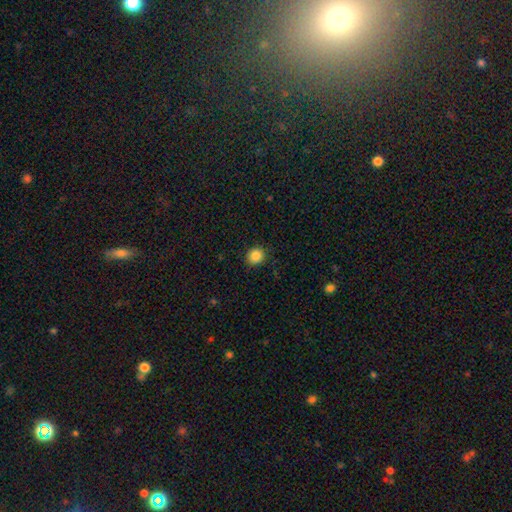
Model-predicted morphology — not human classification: This is clearly a smooth galaxy (86%). How rounded: clearly round (85%). Merging: clearly none (89%).